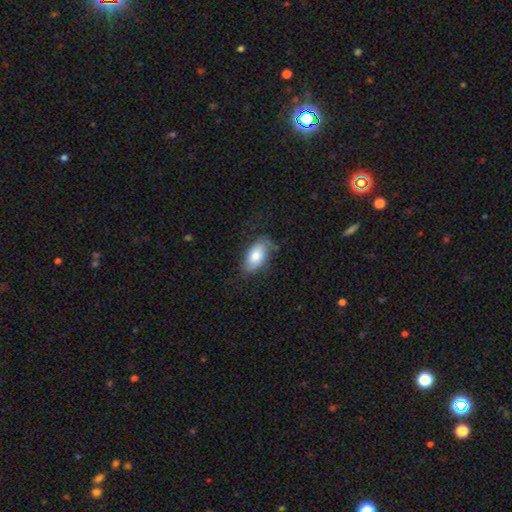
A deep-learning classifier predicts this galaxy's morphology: type=smooth (73%); roundness=in between (92%); merging=none (66%).